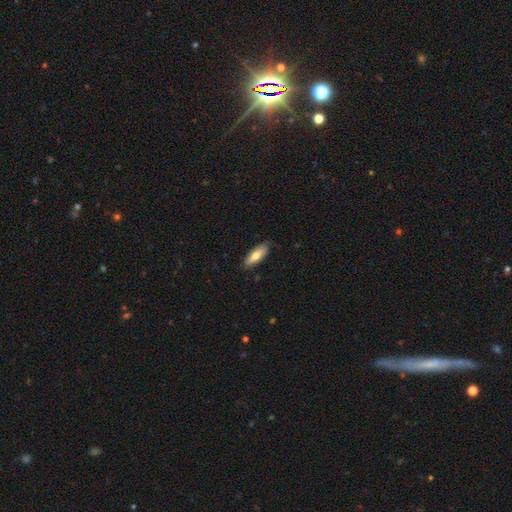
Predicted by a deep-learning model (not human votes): Smooth or featured? Predicted: smooth (p=0.67). How rounded? Predicted: in between (p=0.64). Merging? Predicted: none (p=0.81).